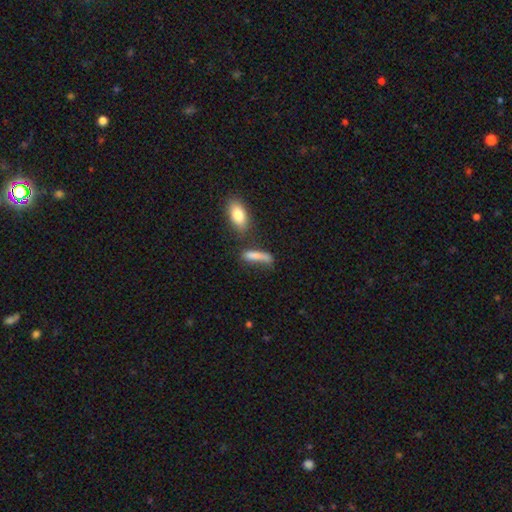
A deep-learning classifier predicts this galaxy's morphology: smooth_or_featured: smooth (p=0.77) [alt: featured or disk p=0.14]
how_rounded: cigar-shaped (p=0.63) [alt: in between p=0.33]
merging: none (p=0.45) [alt: minor disturbance p=0.21]